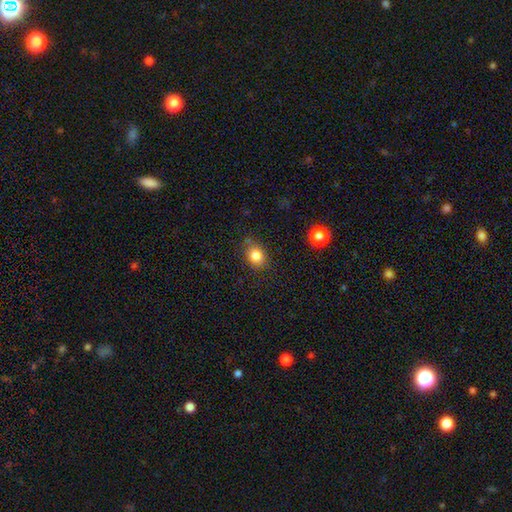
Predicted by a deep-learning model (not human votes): Smooth or featured? smooth (84%)
How rounded? round (57%)
Merging? none (76%)